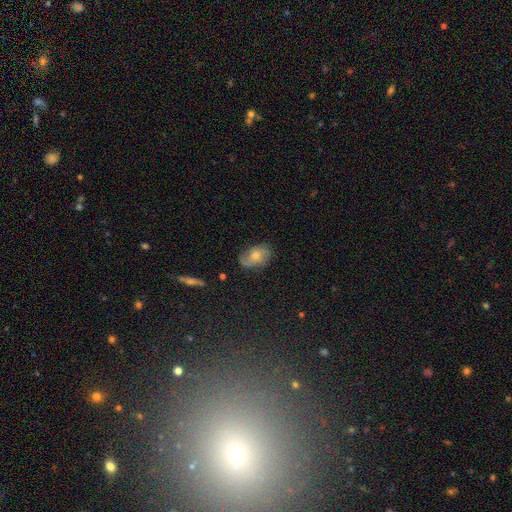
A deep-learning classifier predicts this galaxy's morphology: smooth_or_featured: featured or disk (p=0.56) [alt: smooth p=0.31]
disk_edge_on: no (p=0.94) [alt: yes p=0.06]
bar: no (p=0.70) [alt: weak p=0.25]
has_spiral_arms: yes (p=0.86) [alt: no p=0.14]
bulge_size: moderate (p=0.60) [alt: small p=0.34]
merging: none (p=0.70) [alt: minor disturbance p=0.22]